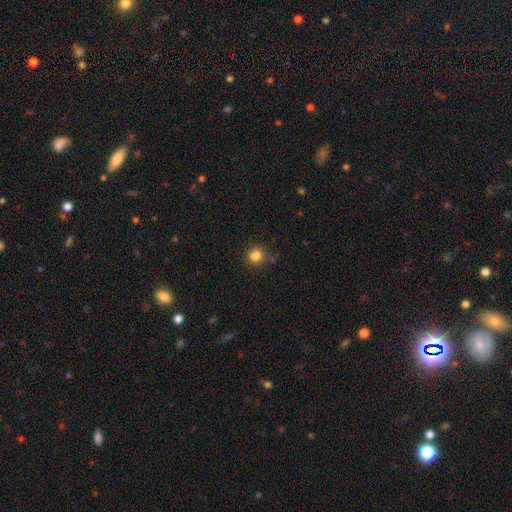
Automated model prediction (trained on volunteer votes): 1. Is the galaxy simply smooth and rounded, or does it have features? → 84% smooth, 12% star or artifact, 4% featured or disk.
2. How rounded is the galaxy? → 90% round, 9% in between, 1% cigar-shaped.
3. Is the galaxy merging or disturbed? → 76% none, 17% minor disturbance, 4% major disturbance, 3% merger.